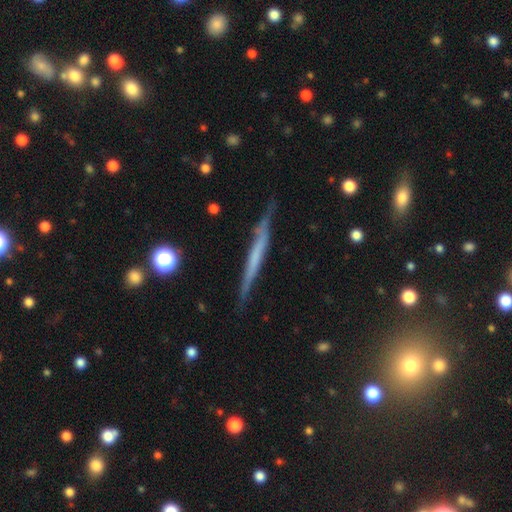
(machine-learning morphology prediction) This appears to be a featured or disk galaxy (57%) viewed edge-on (94%) with no central bulge (79%). Merging: none (80%).